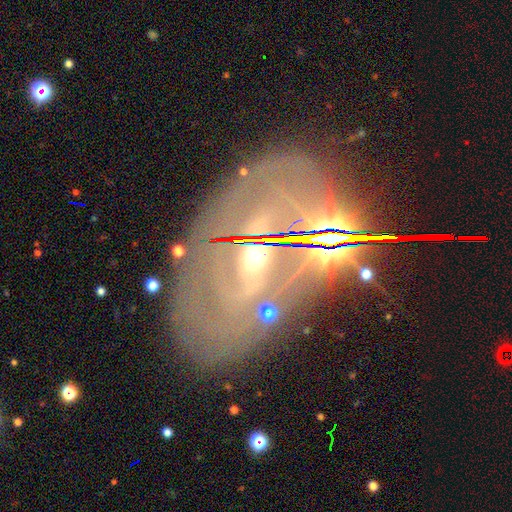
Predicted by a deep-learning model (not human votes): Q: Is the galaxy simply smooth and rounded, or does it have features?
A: featured or disk — 68%.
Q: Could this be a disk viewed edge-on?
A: no — 82%.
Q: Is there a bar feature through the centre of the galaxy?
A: strong — 40%.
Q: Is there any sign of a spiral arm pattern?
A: yes — 61%.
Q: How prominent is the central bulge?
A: moderate — 63%.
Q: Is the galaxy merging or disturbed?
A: none — 64%.